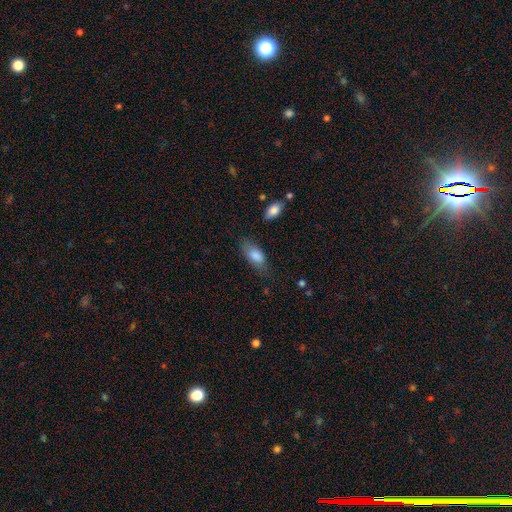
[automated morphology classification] Overall: smooth (83%). How rounded: in between (87%). Merging: none (61%; minor disturbance 27%).